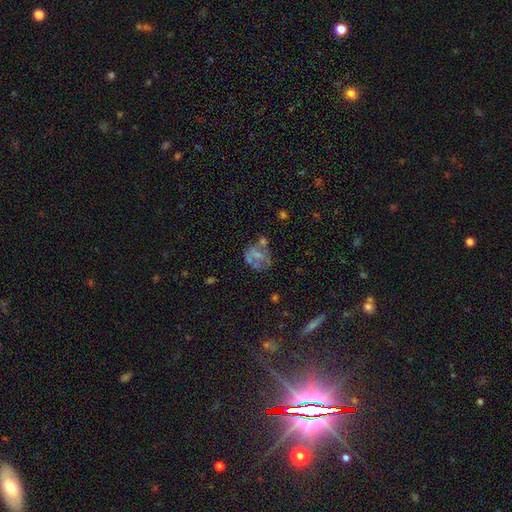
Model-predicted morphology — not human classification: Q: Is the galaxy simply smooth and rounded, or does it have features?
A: featured or disk — 47%.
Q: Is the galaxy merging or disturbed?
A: none — 43%.